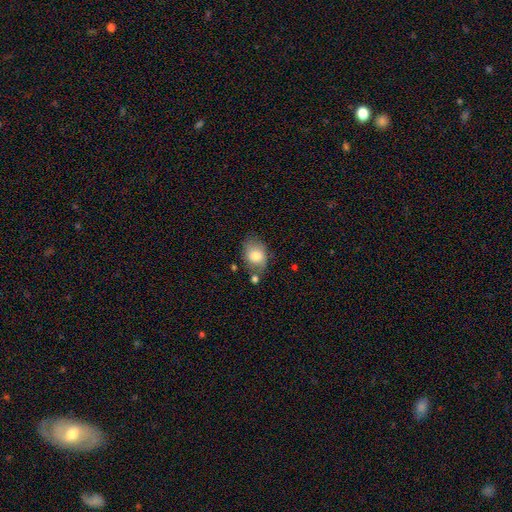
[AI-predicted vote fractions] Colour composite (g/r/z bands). It shows a smooth galaxy with no disk features (76%) that is in between round and cigar-shaped (75%). Merging: none (59%).